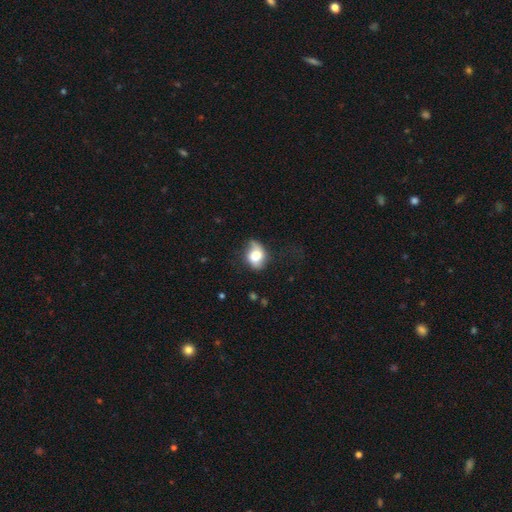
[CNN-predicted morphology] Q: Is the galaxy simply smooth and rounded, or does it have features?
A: smooth — 66%.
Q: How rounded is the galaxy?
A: in between — 62%.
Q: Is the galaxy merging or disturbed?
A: none — 56%.